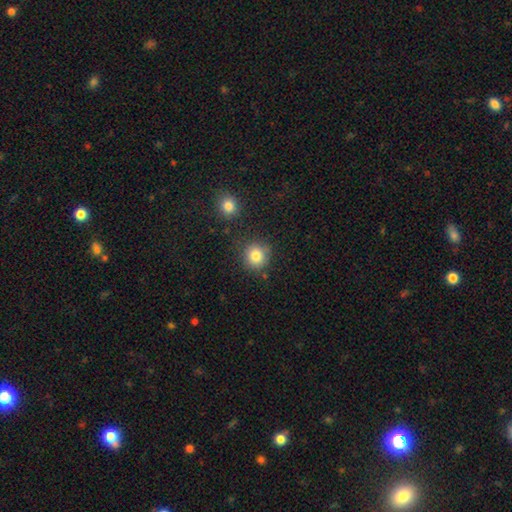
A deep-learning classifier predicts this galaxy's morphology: Q: Smooth or featured?
A: smooth (84%); runner-up: star or artifact (10%)
Q: How rounded?
A: round (91%); runner-up: in between (9%)
Q: Merging?
A: none (81%); runner-up: minor disturbance (11%)